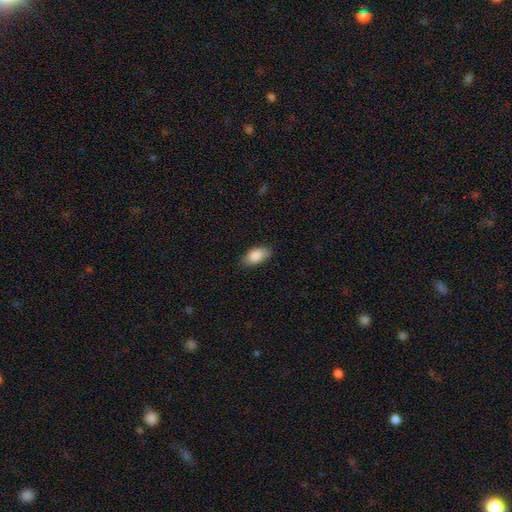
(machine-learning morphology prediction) Smooth or featured? Predicted: smooth (p=0.87). How rounded? Predicted: in between (p=0.92). Merging? Predicted: none (p=0.80).